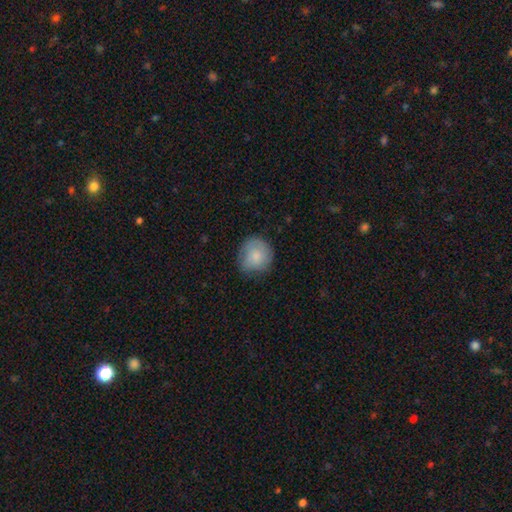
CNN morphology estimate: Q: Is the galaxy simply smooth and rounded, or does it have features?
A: smooth — 77%.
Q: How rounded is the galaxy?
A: round — 85%.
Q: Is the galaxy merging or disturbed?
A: none — 69%.